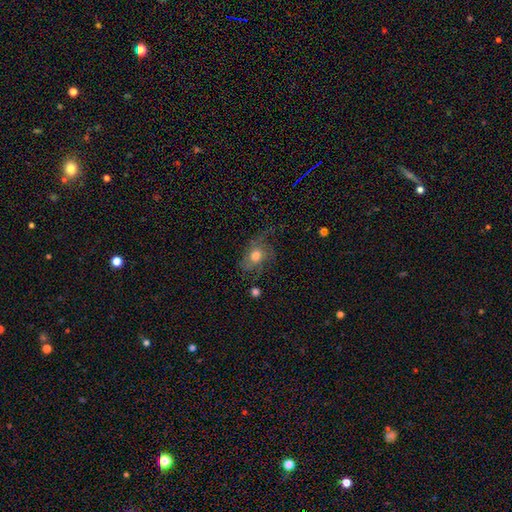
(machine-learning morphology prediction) This is possibly a smooth galaxy (50%). How rounded: possibly in between (59%). Merging: marginally none (45%).